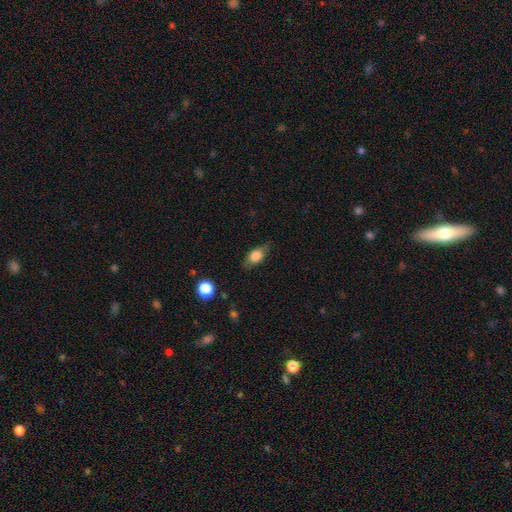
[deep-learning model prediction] Overall: smooth (73%). How rounded: in between (78%). Merging: none (72%).